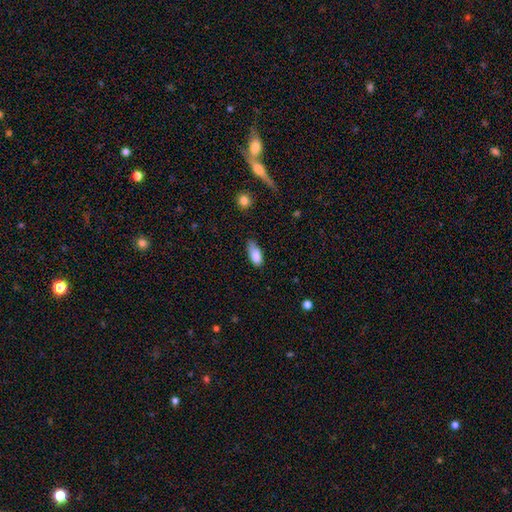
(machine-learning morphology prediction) Smooth or featured? Predicted: smooth (p=0.84). How rounded? Predicted: in between (p=0.82). Merging? Predicted: none (p=0.46).